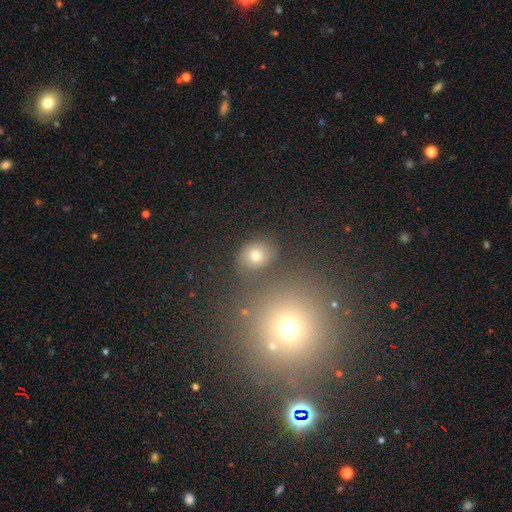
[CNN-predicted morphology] Overall: smooth (72%). How rounded: round (67%; in between 32%). Merging: none (77%).